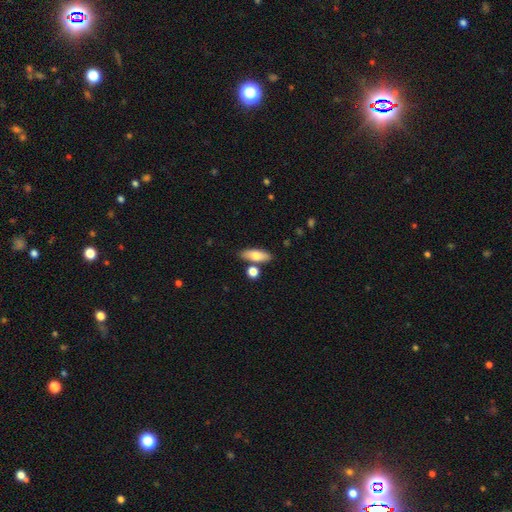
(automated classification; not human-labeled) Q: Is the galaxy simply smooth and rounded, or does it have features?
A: smooth — 72%.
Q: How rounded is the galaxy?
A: in between — 68%.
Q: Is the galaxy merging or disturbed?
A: none — 76%.